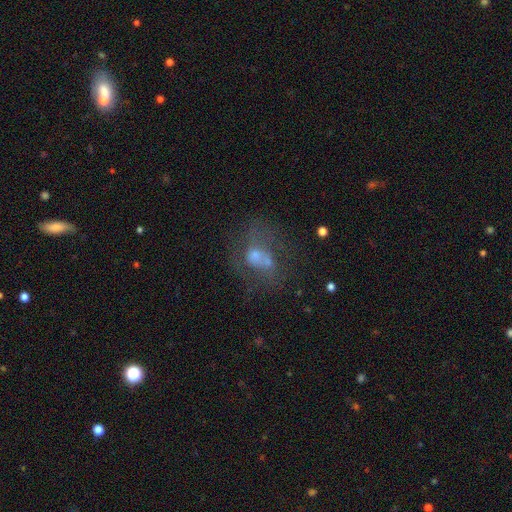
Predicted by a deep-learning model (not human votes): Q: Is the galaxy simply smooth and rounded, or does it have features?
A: featured or disk — 45%.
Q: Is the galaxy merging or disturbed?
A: merger — 32%.